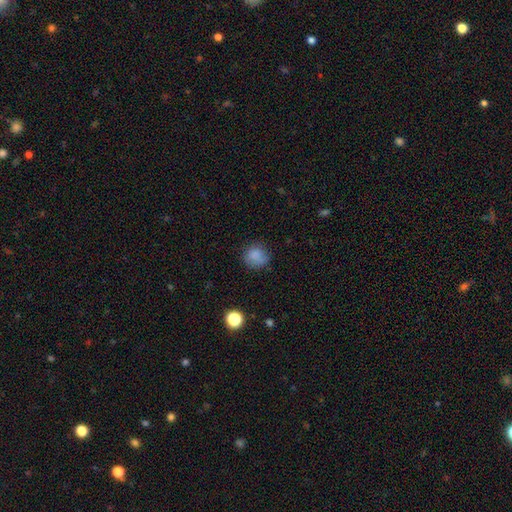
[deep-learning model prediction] Morphology: type=smooth (82%); roundness=round (84%); merging=none (73%).